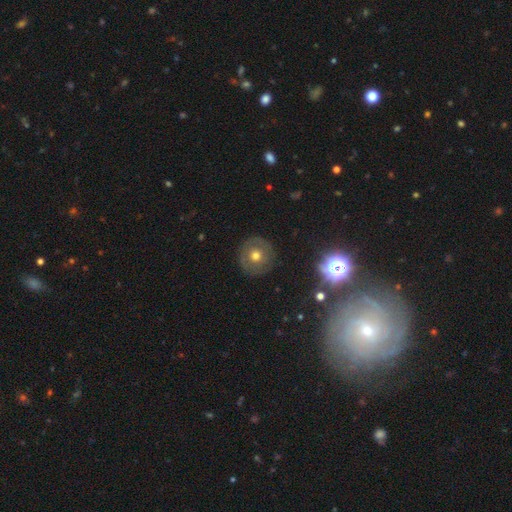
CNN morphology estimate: type=smooth (49%); merging=none (86%).